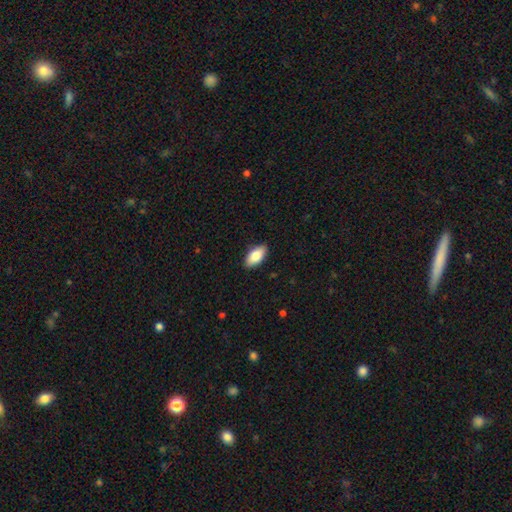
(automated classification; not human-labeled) smooth 85%, featured or disk 8%, star or artifact 6%. Down the decision tree: how rounded — in between (93%); merging — none (88%).